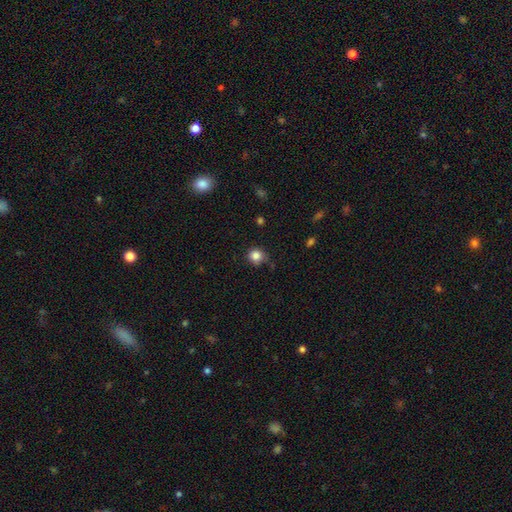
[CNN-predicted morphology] A smooth galaxy with no disk features (84%) that is round (88%).

Vote fractions:
- Smooth or featured? smooth: 84% / star or artifact: 11% / featured or disk: 5%
- How rounded? round: 88% / in between: 11% / cigar-shaped: 1%
- Merging? none: 77% / minor disturbance: 16% / major disturbance: 3% / merger: 3%